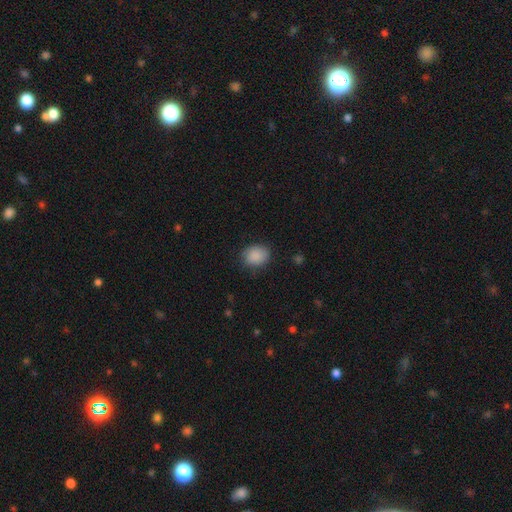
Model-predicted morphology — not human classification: Smooth or featured: smooth — 88% (star or artifact — 8%)
How rounded: round — 54% (in between — 45%)
Merging: none — 81% (minor disturbance — 15%)